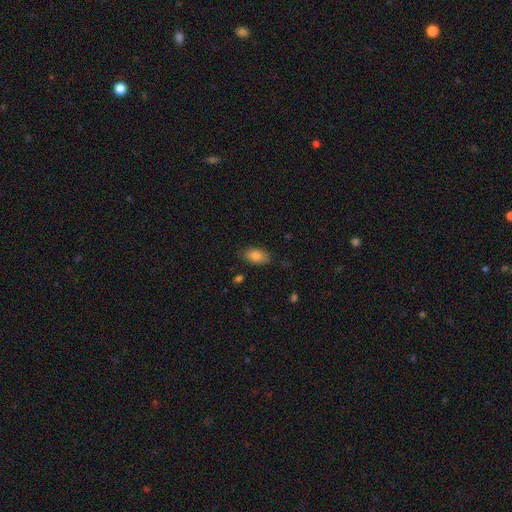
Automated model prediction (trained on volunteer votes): smooth_or_featured: smooth (p=0.84) [alt: featured or disk p=0.08]
how_rounded: in between (p=0.93) [alt: round p=0.05]
merging: none (p=0.81) [alt: minor disturbance p=0.15]